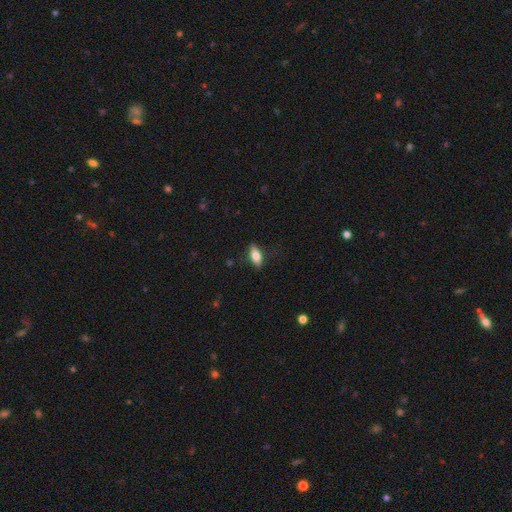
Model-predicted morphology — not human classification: Smooth or featured?
  - smooth: 73% *
  - featured or disk: 20%
  - star or artifact: 7%
How rounded?
  - in between: 76% *
  - cigar-shaped: 21%
  - round: 3%
Merging?
  - none: 84% *
  - minor disturbance: 12%
  - major disturbance: 3%
  - merger: 1%